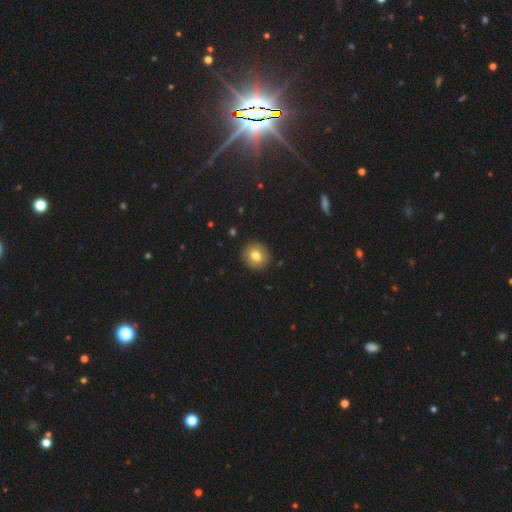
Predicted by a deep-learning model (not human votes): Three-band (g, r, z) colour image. It shows a smooth galaxy with no disk features (79%) that is round (89%). Merging: none (92%).